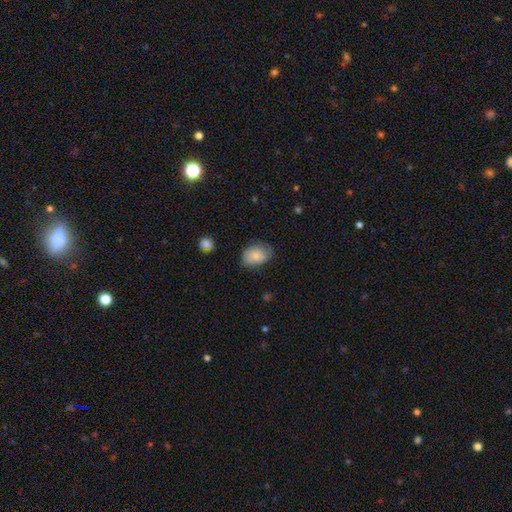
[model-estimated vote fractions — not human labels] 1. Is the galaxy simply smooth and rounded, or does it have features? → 77% smooth, 16% featured or disk, 7% star or artifact.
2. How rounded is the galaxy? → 79% in between, 20% round, 1% cigar-shaped.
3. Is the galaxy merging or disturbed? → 64% none, 27% minor disturbance, 8% major disturbance, 1% merger.